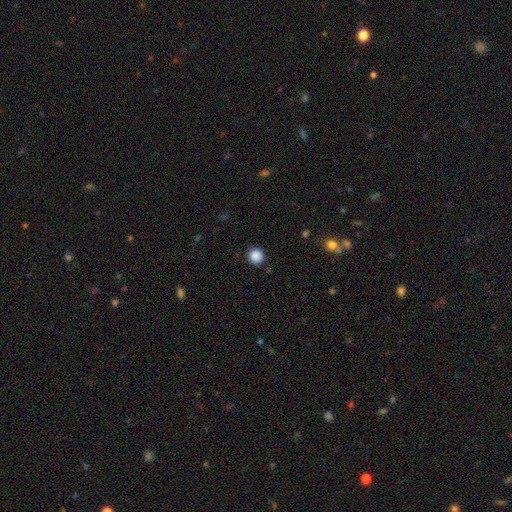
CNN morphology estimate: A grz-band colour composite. It shows a smooth galaxy with no disk features (87%) that is round (93%). Merging: none (90%).